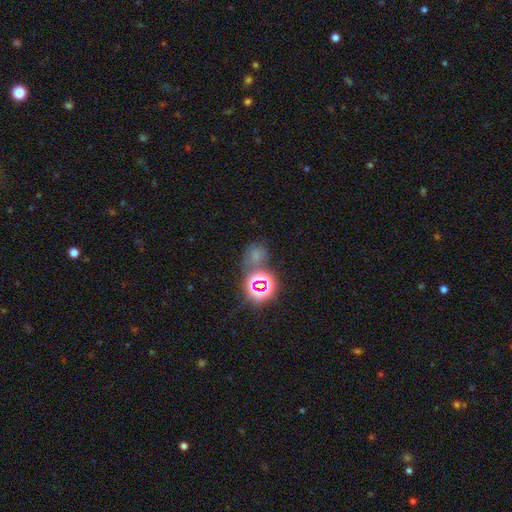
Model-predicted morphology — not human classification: A smooth galaxy with no disk features (49%). Merging: none (52%).